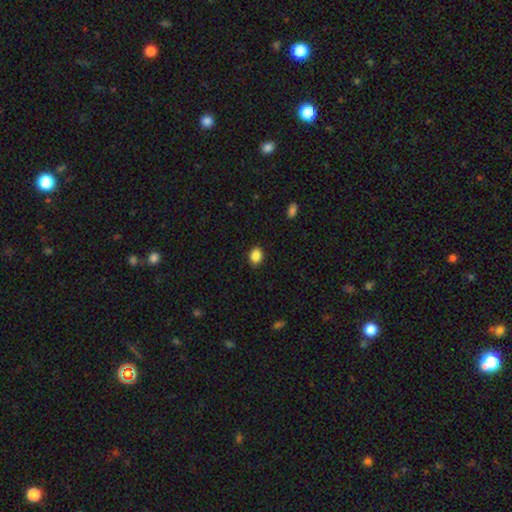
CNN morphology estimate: Q: Smooth or featured?
A: smooth (88%); runner-up: star or artifact (9%)
Q: How rounded?
A: in between (61%); runner-up: round (38%)
Q: Merging?
A: none (89%); runner-up: minor disturbance (8%)